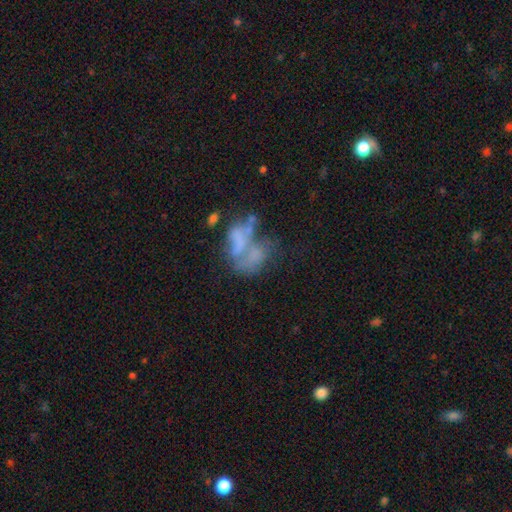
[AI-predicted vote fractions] Q: Smooth or featured?
A: smooth (44%); runner-up: featured or disk (42%)
Q: Merging?
A: merger (45%); runner-up: major disturbance (26%)